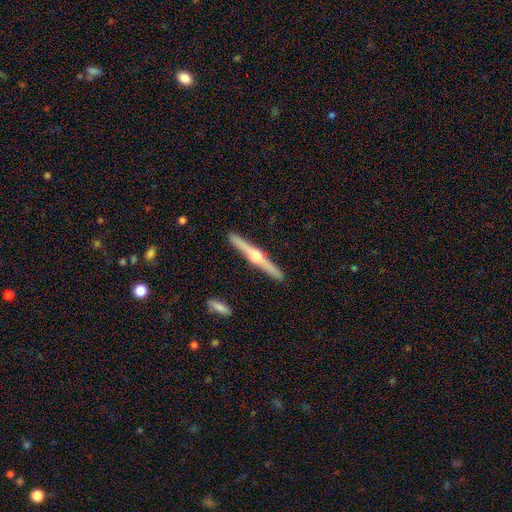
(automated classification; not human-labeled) Smooth or featured? Predicted: featured or disk (p=0.81). Edge-on disk? Predicted: yes (p=0.98). Edge-on bulge? Predicted: rounded (p=0.94). Merging? Predicted: none (p=0.93).